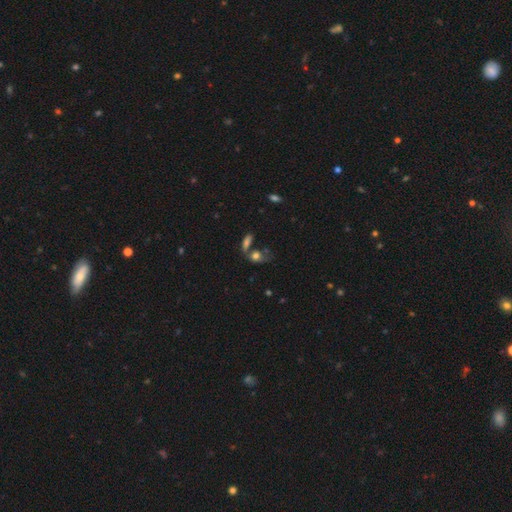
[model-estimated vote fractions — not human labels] Overall: smooth (66%). How rounded: in between (71%). Merging: none (36%; merger 33%).